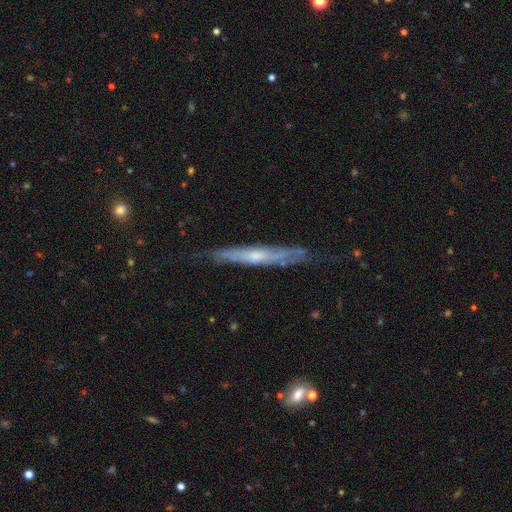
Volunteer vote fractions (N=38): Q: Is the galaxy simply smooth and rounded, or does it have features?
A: featured or disk — 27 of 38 (71%).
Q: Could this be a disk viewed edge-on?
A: yes — 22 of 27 (81%).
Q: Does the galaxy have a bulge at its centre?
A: rounded — 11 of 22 (50%).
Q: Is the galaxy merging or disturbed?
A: none — 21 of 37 (57%).